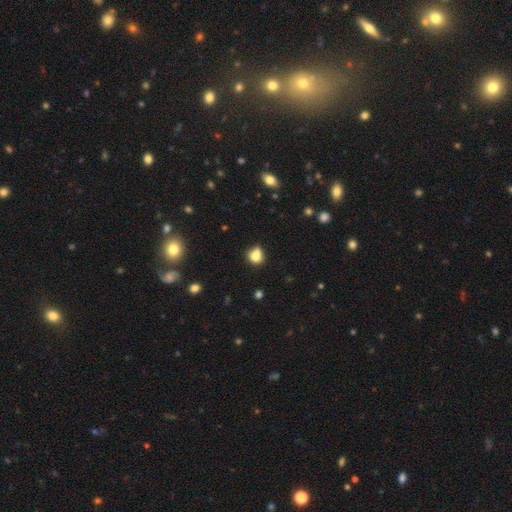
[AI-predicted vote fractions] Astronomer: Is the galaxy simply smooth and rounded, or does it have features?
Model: smooth — 80%.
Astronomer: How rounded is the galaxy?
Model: round — 61% (runner-up: in between, 37%).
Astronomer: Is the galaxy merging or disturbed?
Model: none — 58%.